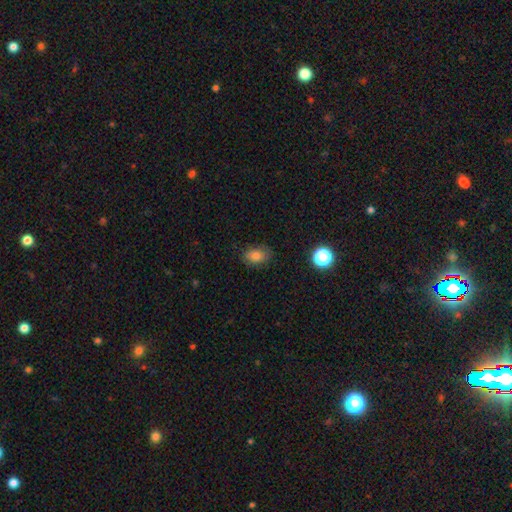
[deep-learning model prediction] Smooth or featured?
  - smooth: 76% *
  - featured or disk: 13%
  - star or artifact: 11%
How rounded?
  - in between: 78% *
  - round: 21%
  - cigar-shaped: 1%
Merging?
  - none: 79% *
  - minor disturbance: 16%
  - major disturbance: 4%
  - merger: 1%